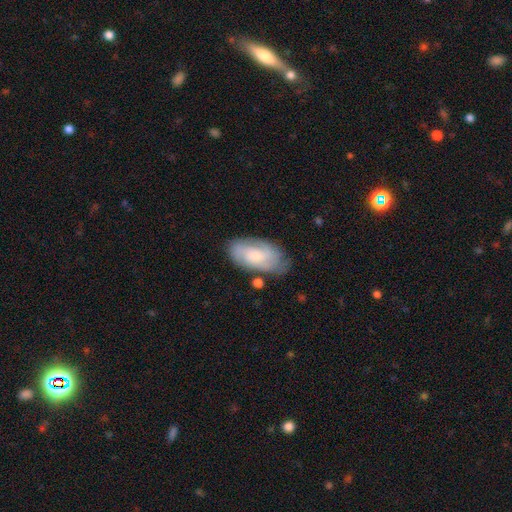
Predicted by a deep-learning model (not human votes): The model was most divided on "smooth or featured": featured or disk: 52%, smooth: 41%, star or artifact: 7%. More confident: edge-on disk — no (94%); merging — none (67%).